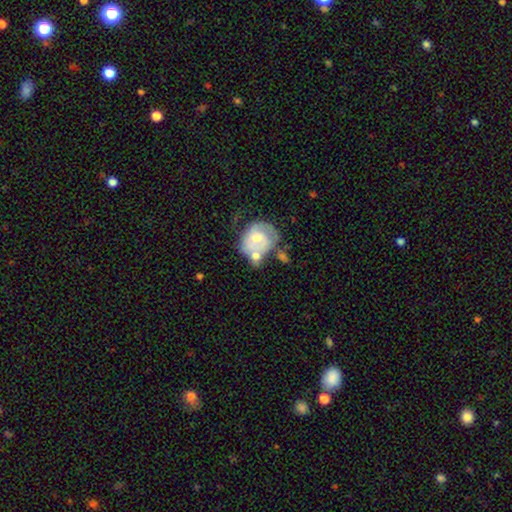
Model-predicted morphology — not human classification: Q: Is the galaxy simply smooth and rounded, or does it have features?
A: featured or disk — 58%.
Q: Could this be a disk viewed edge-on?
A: no — 97%.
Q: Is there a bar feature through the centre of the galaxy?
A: no — 70%.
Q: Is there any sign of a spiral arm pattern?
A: yes — 66%.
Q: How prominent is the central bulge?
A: moderate — 59%.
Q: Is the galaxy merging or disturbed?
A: merger — 37%.